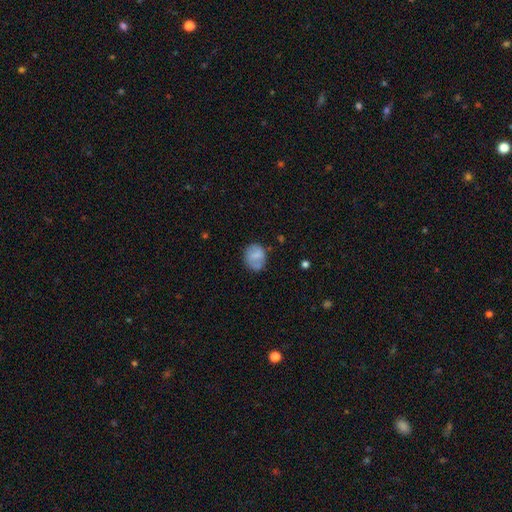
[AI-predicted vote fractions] Smooth or featured?
  - smooth: 69% *
  - featured or disk: 23%
  - star or artifact: 8%
How rounded?
  - round: 59% *
  - in between: 40%
  - cigar-shaped: 1%
Merging?
  - none: 67% *
  - minor disturbance: 22%
  - major disturbance: 8%
  - merger: 3%